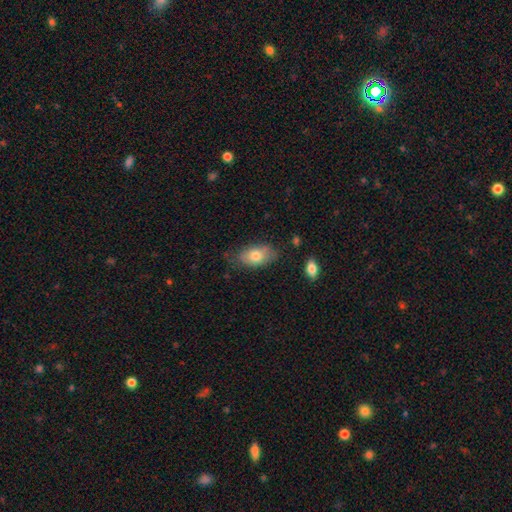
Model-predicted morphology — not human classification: This is likely a smooth galaxy (76%). How rounded: clearly in between (91%). Merging: likely none (68%).